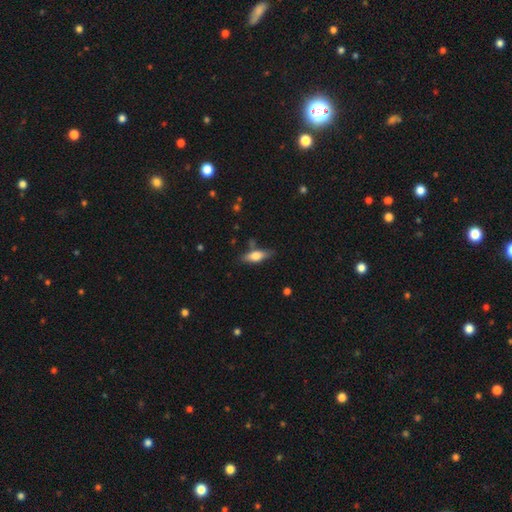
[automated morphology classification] Overall: smooth (59%; featured or disk 34%). How rounded: in between (56%; cigar-shaped 41%). Merging: none (76%).